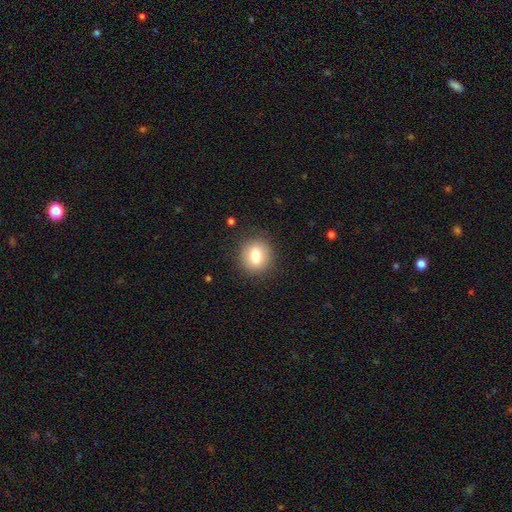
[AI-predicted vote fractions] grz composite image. It shows a smooth galaxy with no disk features (79%) that is round (74%). Merging: none (87%).